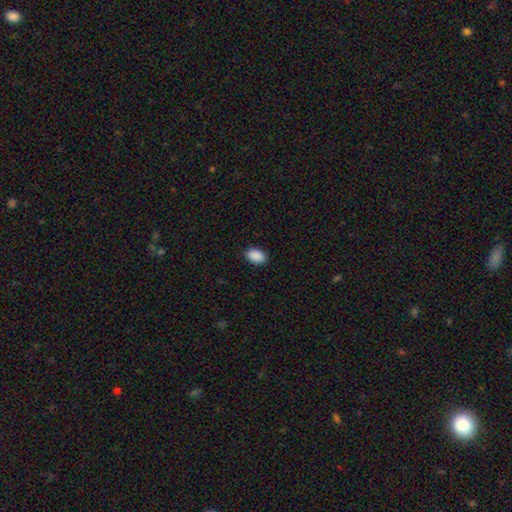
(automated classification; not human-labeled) smooth_or_featured: smooth (p=0.91) [alt: star or artifact p=0.07]
how_rounded: in between (p=0.89) [alt: round p=0.09]
merging: none (p=0.89) [alt: minor disturbance p=0.08]